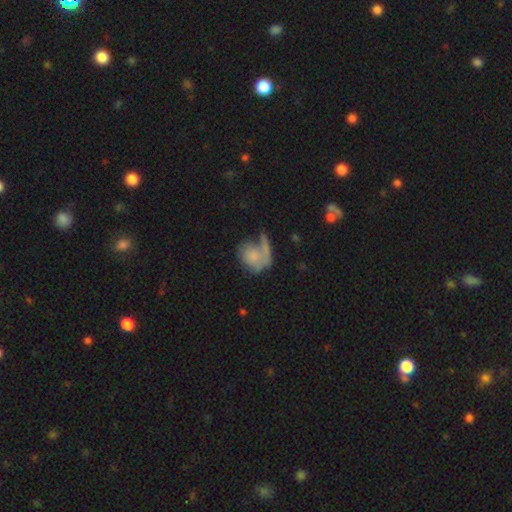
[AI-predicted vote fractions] This is likely a smooth galaxy (63%). How rounded: likely round (62%). Merging: marginally none (36%).